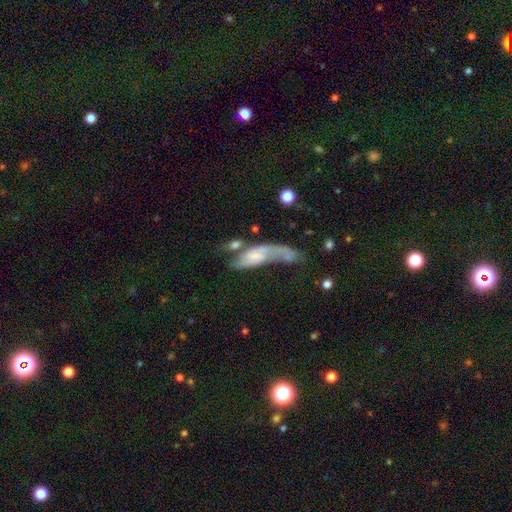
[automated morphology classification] Smooth or featured?
  - featured or disk: 52% *
  - smooth: 40%
  - star or artifact: 8%
Edge-on disk?
  - no: 86% *
  - yes: 14%
Merging?
  - major disturbance: 37% *
  - merger: 26%
  - none: 20%
  - minor disturbance: 18%